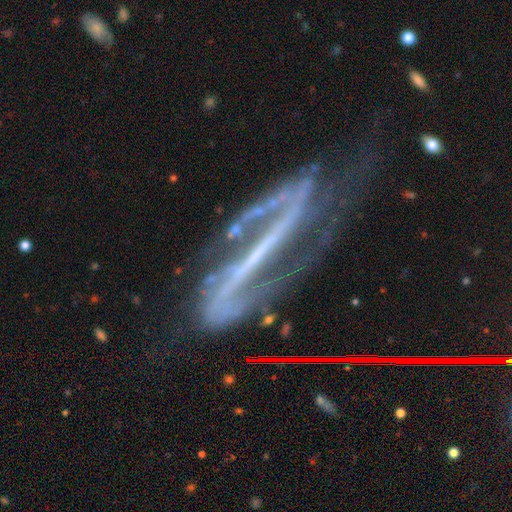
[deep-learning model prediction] smooth-or-featured: featured or disk: 83% | star or artifact: 11% | smooth: 6%
  disk-edge-on: no: 80% | yes: 20%
    bar: strong: 75% | weak: 15% | no: 10%
    has-spiral-arms: yes: 89% | no: 11%
      spiral-winding: loose: 40% | medium: 39% | tight: 21%
      spiral-arm-count: 2: 83% | can't tell: 8% | 1: 4% | 3: 2% | 4: 2% | more than 4: 2%
    bulge-size: small: 54% | none: 35% | moderate: 8% | large: 1% | dominant: 1%
  merging: none: 51% | major disturbance: 22% | minor disturbance: 21% | merger: 6%